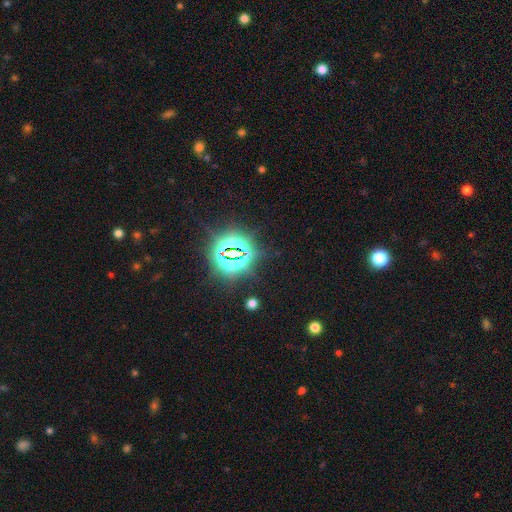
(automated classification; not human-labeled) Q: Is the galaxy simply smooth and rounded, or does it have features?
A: star or artifact — 82%.